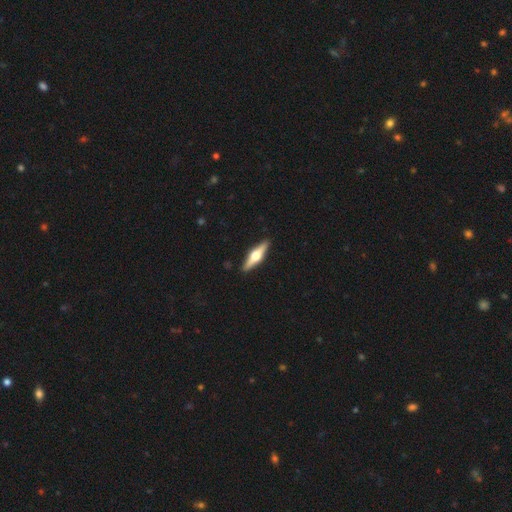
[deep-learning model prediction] A featured or disk galaxy (71%) viewed edge-on (97%) with a rounded central bulge (96%).

Vote fractions:
- Smooth or featured? featured or disk: 71% / smooth: 24% / star or artifact: 5%
- Edge-on disk? yes: 97% / no: 3%
- Edge-on bulge? rounded: 96% / boxy: 3% / none: 1%
- Merging? none: 91% / minor disturbance: 6% / major disturbance: 1% / merger: 1%